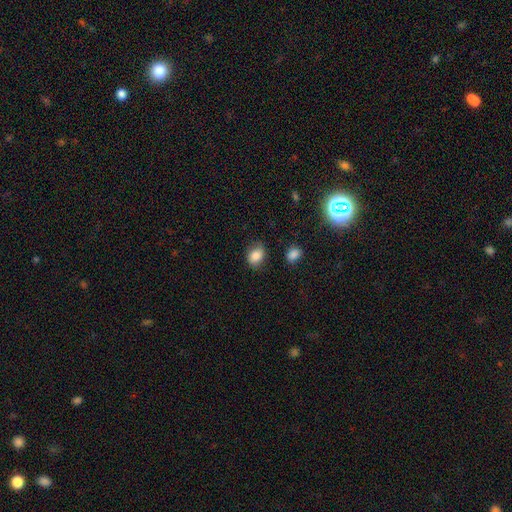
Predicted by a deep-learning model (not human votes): Overall: smooth (84%). How rounded: in between (58%; round 41%). Merging: none (74%).